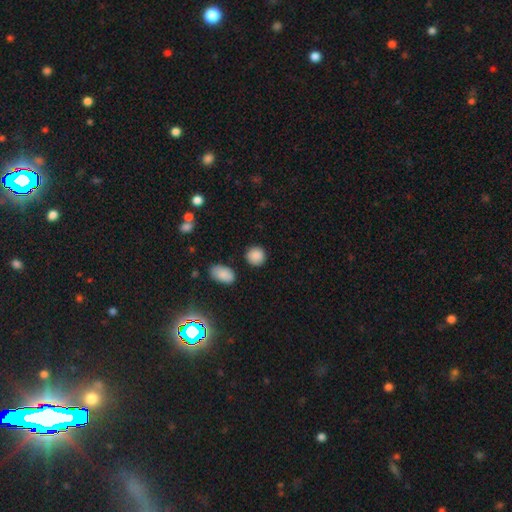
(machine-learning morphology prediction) smooth-or-featured: smooth: 87% | star or artifact: 9% | featured or disk: 4%
  how-rounded: round: 88% | in between: 11% | cigar-shaped: 1%
  merging: none: 86% | minor disturbance: 8% | merger: 3% | major disturbance: 3%